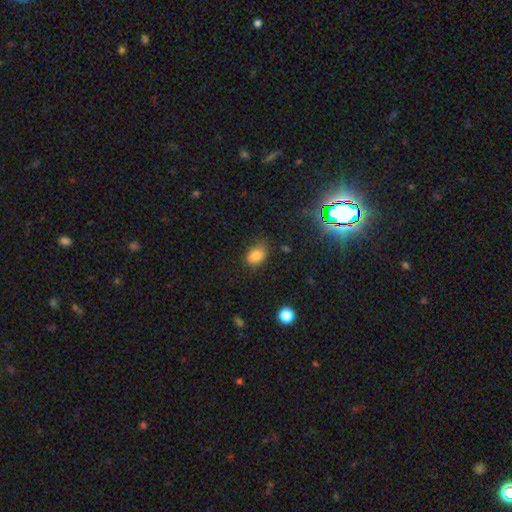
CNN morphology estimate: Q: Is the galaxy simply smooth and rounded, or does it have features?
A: smooth — 81%.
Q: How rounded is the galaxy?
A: in between — 79%.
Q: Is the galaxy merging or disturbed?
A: none — 59%.